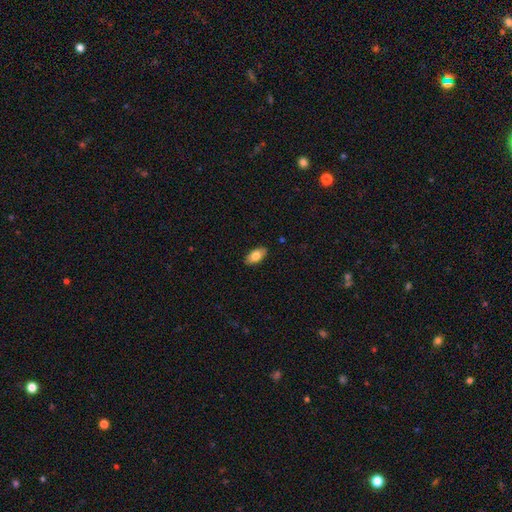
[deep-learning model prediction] A smooth galaxy with no disk features (79%) that is in between round and cigar-shaped (91%).

Vote fractions:
- Smooth or featured? smooth: 79% / featured or disk: 15% / star or artifact: 6%
- How rounded? in between: 91% / cigar-shaped: 6% / round: 3%
- Merging? none: 88% / minor disturbance: 9% / major disturbance: 2% / merger: 1%